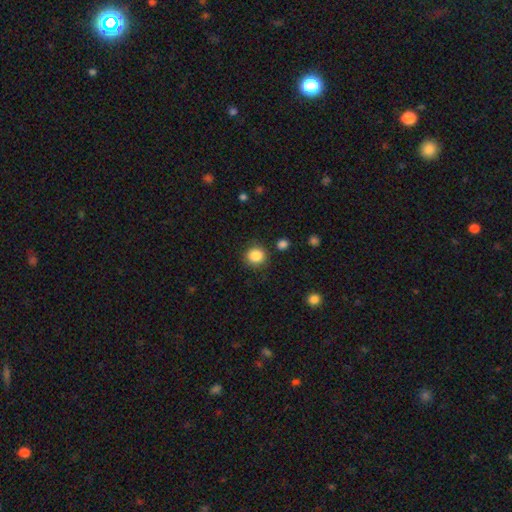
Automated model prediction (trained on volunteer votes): This is clearly a smooth galaxy (86%). How rounded: clearly round (86%). Merging: clearly none (86%).